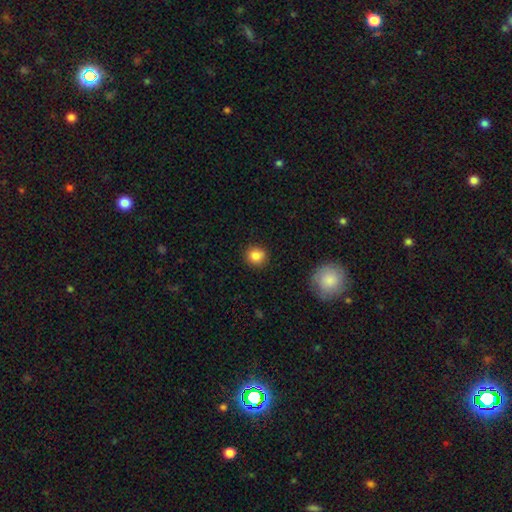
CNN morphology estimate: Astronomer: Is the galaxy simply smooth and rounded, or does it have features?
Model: smooth — 85%.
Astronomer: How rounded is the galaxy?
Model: round — 85%.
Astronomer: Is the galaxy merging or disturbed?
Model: none — 86%.